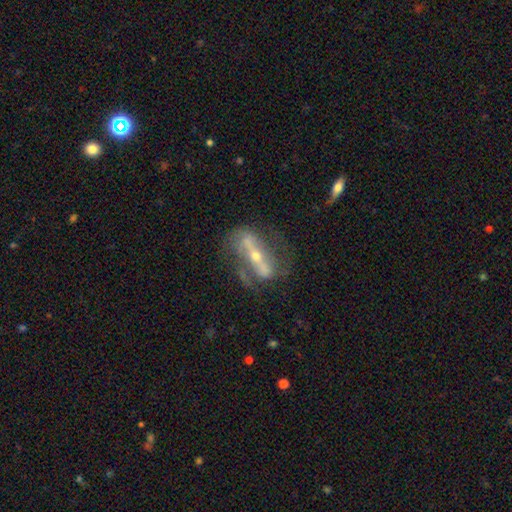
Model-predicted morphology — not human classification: A featured or disk galaxy (80%) with a strong bar (71%), spiral arms (65%) and a small central bulge (59%).

Vote fractions:
- Smooth or featured? featured or disk: 80% / smooth: 13% / star or artifact: 7%
- Edge-on disk? no: 69% / yes: 31%
- Bar? strong: 71% / no: 15% / weak: 14%
- Spiral arms? yes: 65% / no: 35%
- Bulge size? small: 59% / moderate: 37% / large: 2% / none: 1% / dominant: 1%
- Merging? none: 54% / major disturbance: 20% / minor disturbance: 20% / merger: 6%